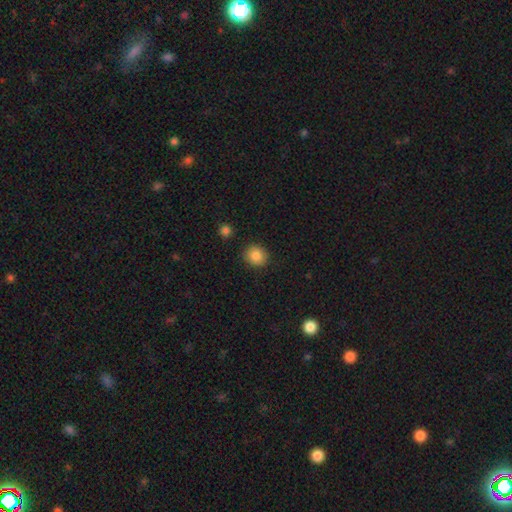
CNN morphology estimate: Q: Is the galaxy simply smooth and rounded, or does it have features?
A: smooth — 86%.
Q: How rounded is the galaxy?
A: round — 82%.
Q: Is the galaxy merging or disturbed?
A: none — 89%.